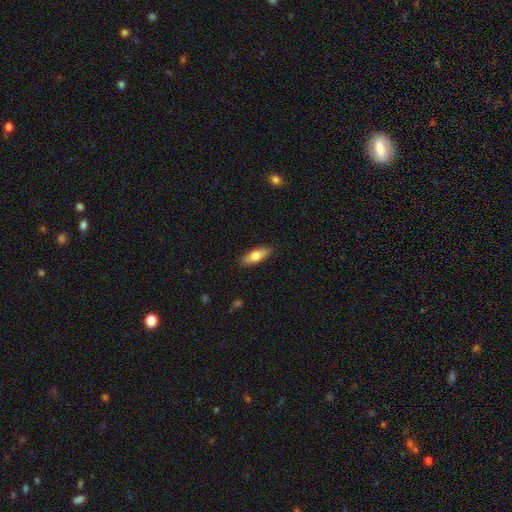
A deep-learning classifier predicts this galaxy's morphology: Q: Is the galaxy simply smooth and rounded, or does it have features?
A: smooth — 72%.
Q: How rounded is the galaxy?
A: in between — 65%.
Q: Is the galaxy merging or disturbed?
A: none — 87%.